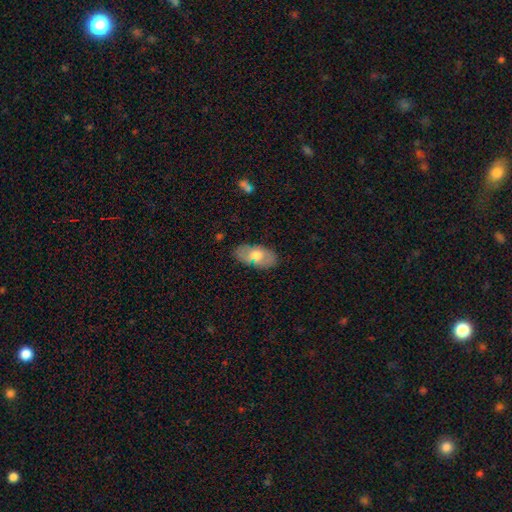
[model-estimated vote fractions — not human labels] Smooth or featured?
  - smooth: 64% *
  - featured or disk: 30%
  - star or artifact: 6%
How rounded?
  - in between: 92% *
  - round: 4%
  - cigar-shaped: 4%
Merging?
  - none: 80% *
  - minor disturbance: 15%
  - major disturbance: 4%
  - merger: 1%